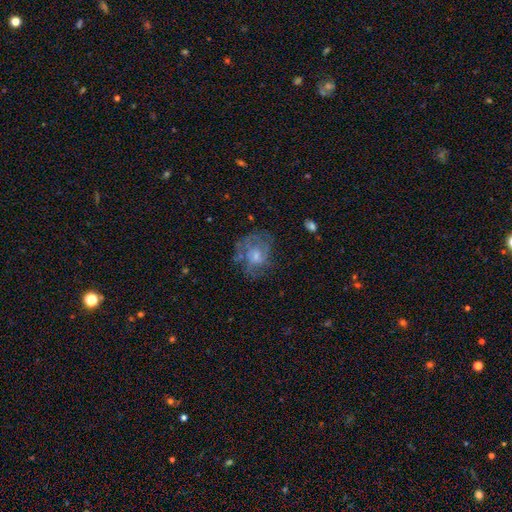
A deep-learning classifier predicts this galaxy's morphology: This appears to be a featured or disk galaxy (59%) with no bar (72%), spiral arms (65%) and a moderate central bulge (45%). Merging: none (59%).